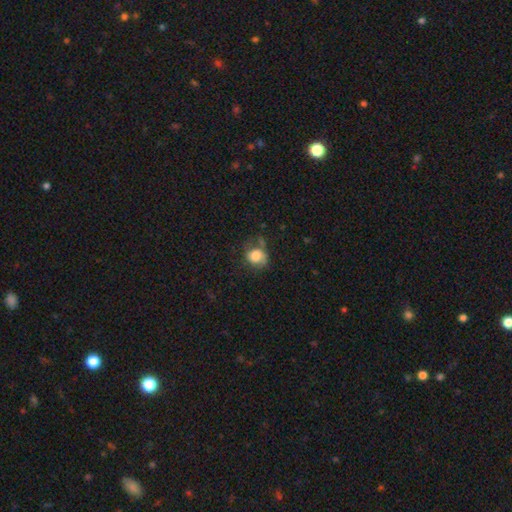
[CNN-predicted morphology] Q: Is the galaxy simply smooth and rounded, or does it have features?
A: smooth — 79%.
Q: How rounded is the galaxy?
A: round — 62%.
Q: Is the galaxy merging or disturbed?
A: none — 44%.